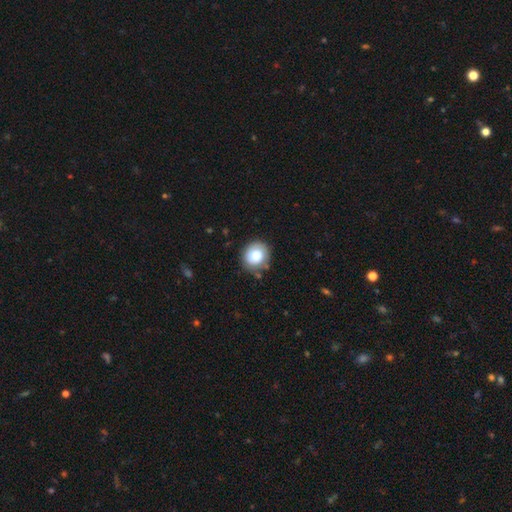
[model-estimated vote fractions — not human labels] This appears to be a smooth galaxy with no disk features (79%) that is round (85%). Merging: none (81%).